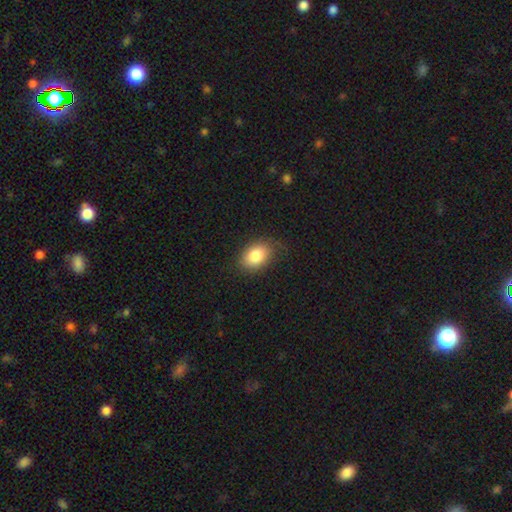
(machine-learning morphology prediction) This is clearly a smooth galaxy (83%). How rounded: clearly in between (82%). Merging: likely none (77%).